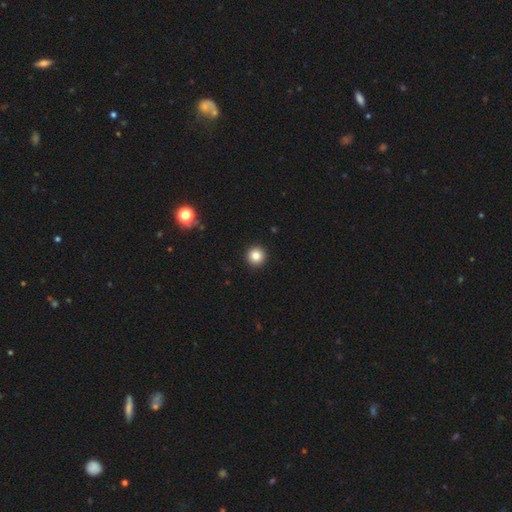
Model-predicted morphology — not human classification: This is clearly a smooth galaxy (83%). How rounded: clearly round (96%). Merging: clearly none (94%).